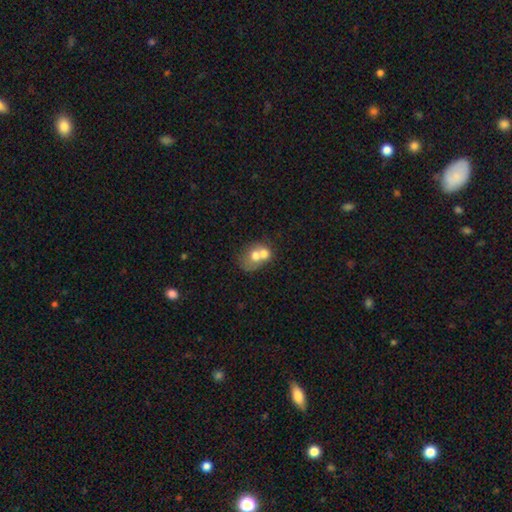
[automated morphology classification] Smooth or featured?
  - smooth: 62% *
  - featured or disk: 28%
  - star or artifact: 9%
How rounded?
  - round: 50% *
  - in between: 49%
  - cigar-shaped: 1%
Merging?
  - merger: 69% *
  - none: 19%
  - minor disturbance: 7%
  - major disturbance: 5%